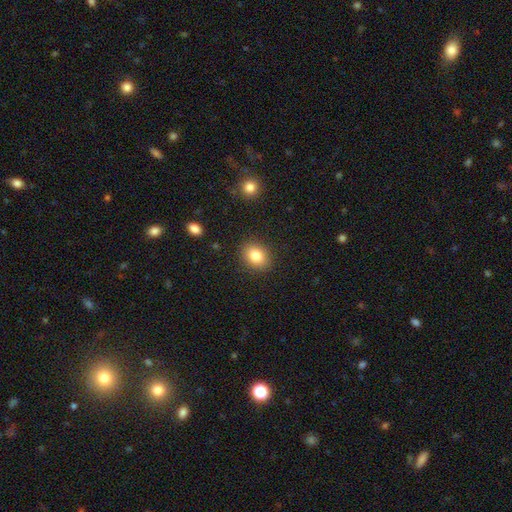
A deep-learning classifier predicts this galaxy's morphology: smooth_or_featured: smooth (p=0.83) [alt: star or artifact p=0.10]
how_rounded: in between (p=0.57) [alt: round p=0.42]
merging: none (p=0.88) [alt: minor disturbance p=0.08]